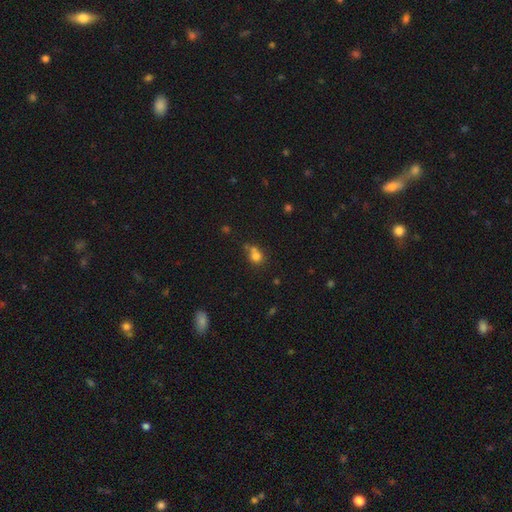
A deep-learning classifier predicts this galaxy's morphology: A smooth galaxy with no disk features (75%) that is round (75%). Merging: none (43%).